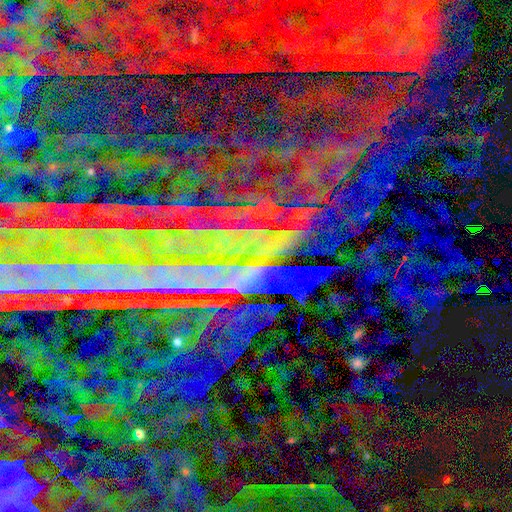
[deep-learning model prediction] This is clearly a star or artifact rather than a galaxy (89%).